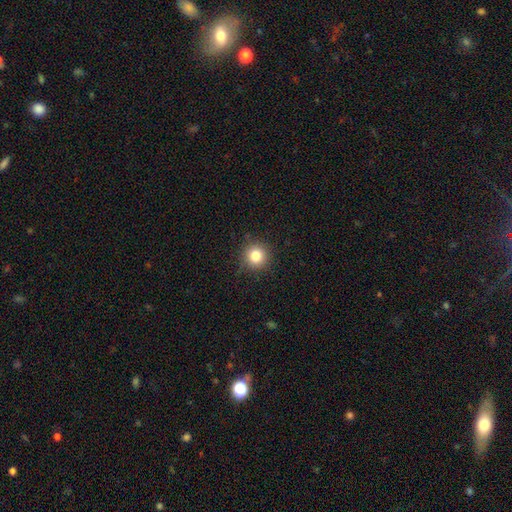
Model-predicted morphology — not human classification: Q: Smooth or featured?
A: smooth (82%); runner-up: star or artifact (12%)
Q: How rounded?
A: round (94%); runner-up: in between (5%)
Q: Merging?
A: none (88%); runner-up: minor disturbance (9%)